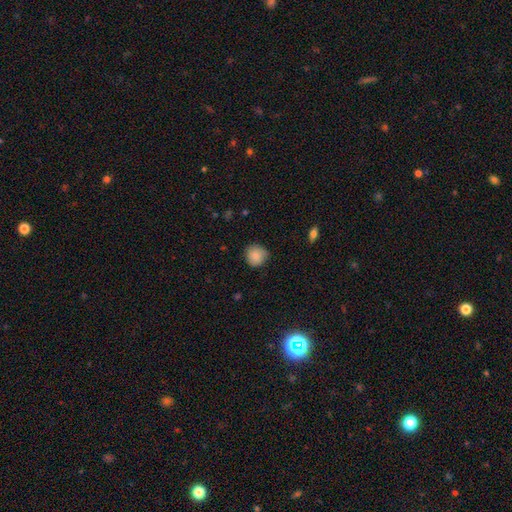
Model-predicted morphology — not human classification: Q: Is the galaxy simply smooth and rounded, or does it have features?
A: smooth — 84%.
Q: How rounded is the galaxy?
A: round — 90%.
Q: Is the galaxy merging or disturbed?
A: none — 74%.